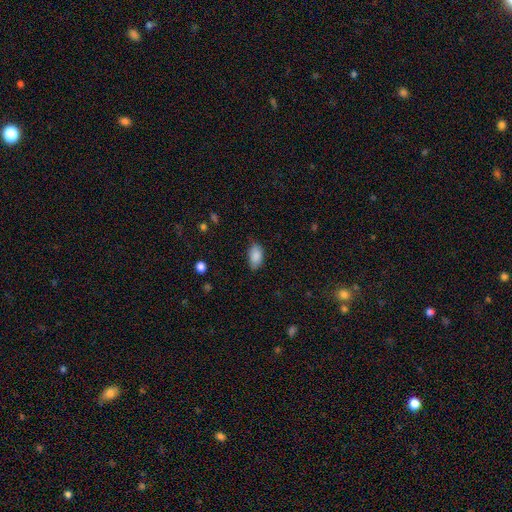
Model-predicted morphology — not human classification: The model was most divided on "merging": none: 69%, minor disturbance: 25%, major disturbance: 4%, merger: 1%. More confident: how rounded — in between (93%); smooth or featured — smooth (87%).